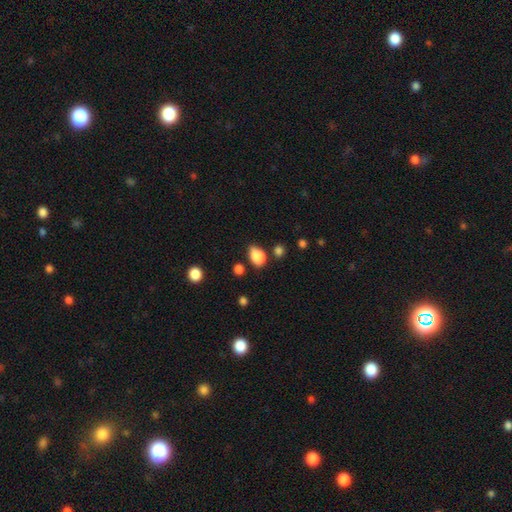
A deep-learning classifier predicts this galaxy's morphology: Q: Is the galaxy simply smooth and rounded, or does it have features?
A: smooth — 85%.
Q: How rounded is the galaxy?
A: in between — 76%.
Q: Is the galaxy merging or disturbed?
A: none — 57%.